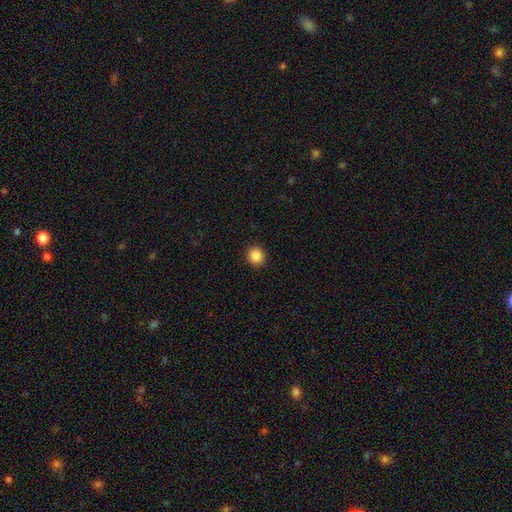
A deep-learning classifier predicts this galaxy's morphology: This appears to be a smooth galaxy with no disk features (87%) that is round (90%). Merging: none (92%).